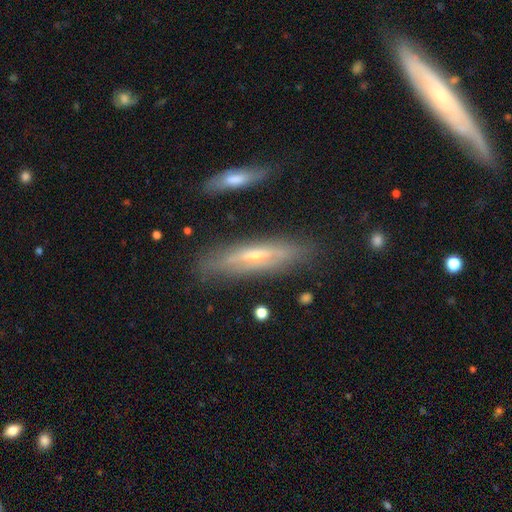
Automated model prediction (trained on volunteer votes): Morphology: type=featured or disk (62%); edge-on=yes (77%); merging=none (81%).